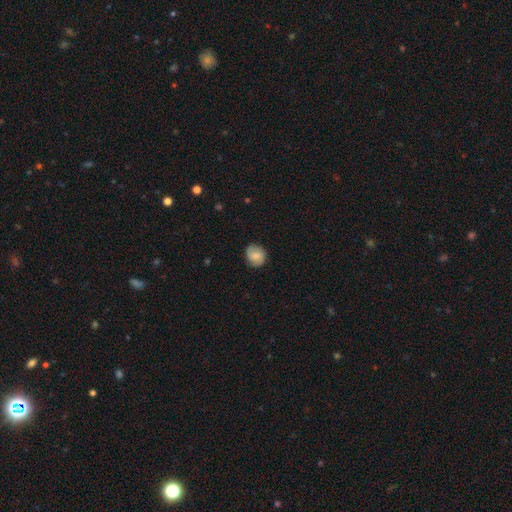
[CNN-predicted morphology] Overall: smooth (68%). How rounded: round (73%). Merging: none (80%).